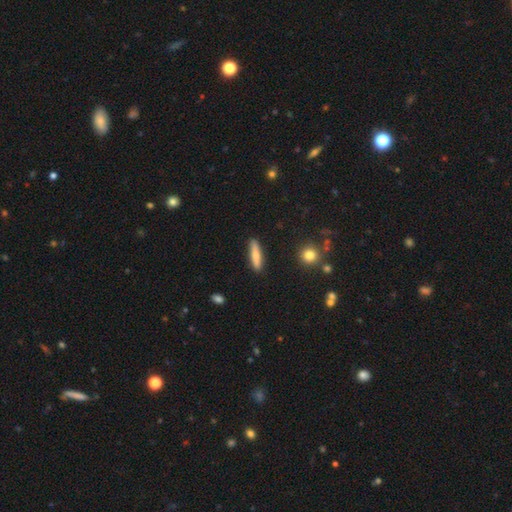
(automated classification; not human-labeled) A smooth galaxy with no disk features (68%) that is cigar-shaped (81%). Merging: none (88%).